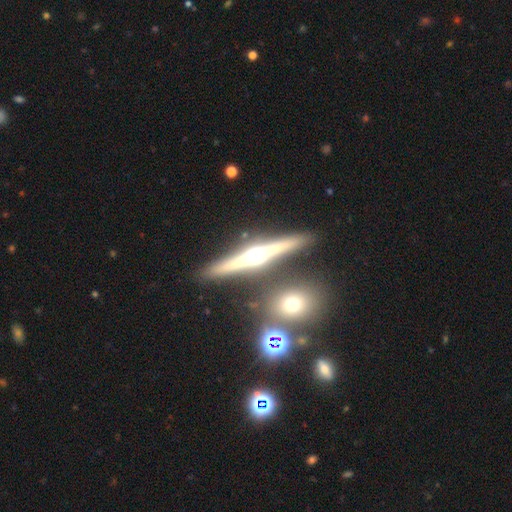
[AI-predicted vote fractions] Morphology: type=featured or disk (78%); edge-on=yes (97%); edge-on bulge=rounded (91%); merging=none (84%).